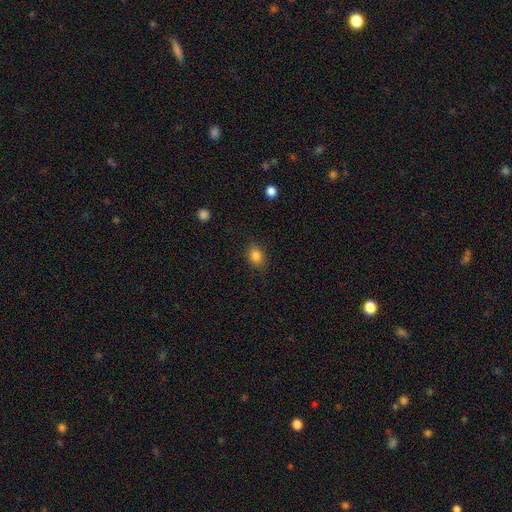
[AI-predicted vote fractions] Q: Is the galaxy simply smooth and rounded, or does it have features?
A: smooth — 84%.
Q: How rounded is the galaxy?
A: in between — 64%.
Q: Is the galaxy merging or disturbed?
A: none — 84%.